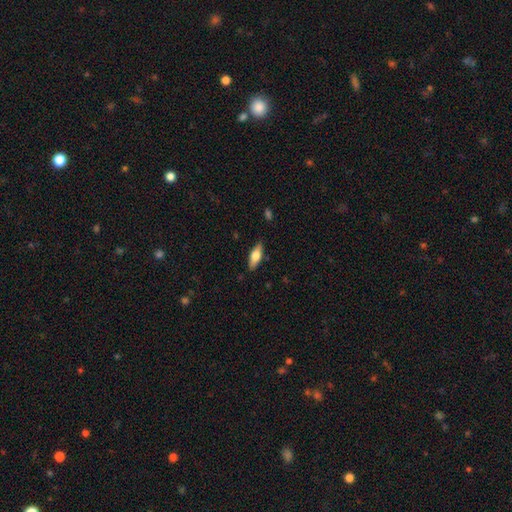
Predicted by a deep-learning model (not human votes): smooth 60%, featured or disk 34%, star or artifact 6%. Down the decision tree: how rounded — in between (62%); merging — none (86%).